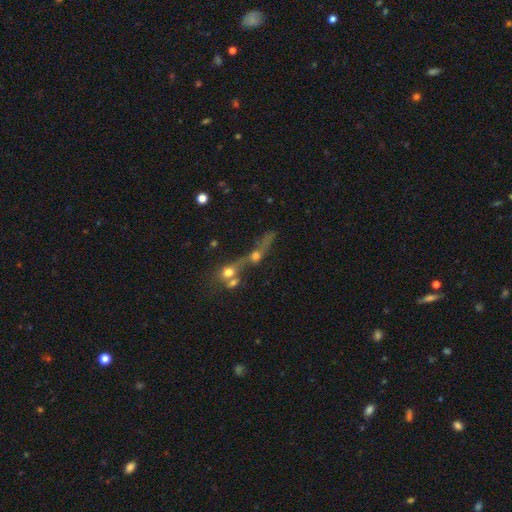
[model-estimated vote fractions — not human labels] A smooth galaxy with no disk features (41%).

Vote fractions:
- Smooth or featured? smooth: 41% / featured or disk: 37% / star or artifact: 22%
- Merging? merger: 59% / none: 22% / major disturbance: 12% / minor disturbance: 7%